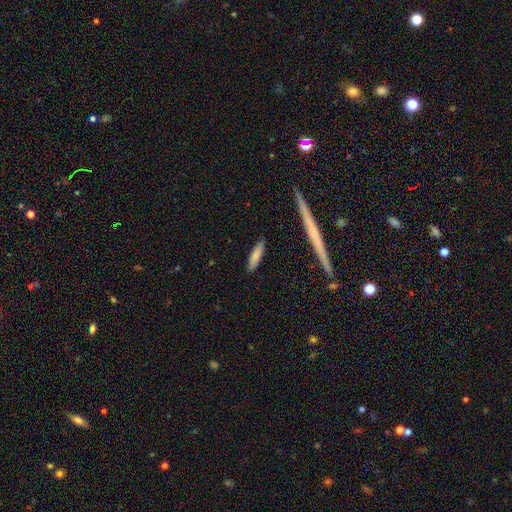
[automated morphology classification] type=smooth (81%); roundness=cigar-shaped (67%); merging=none (87%).